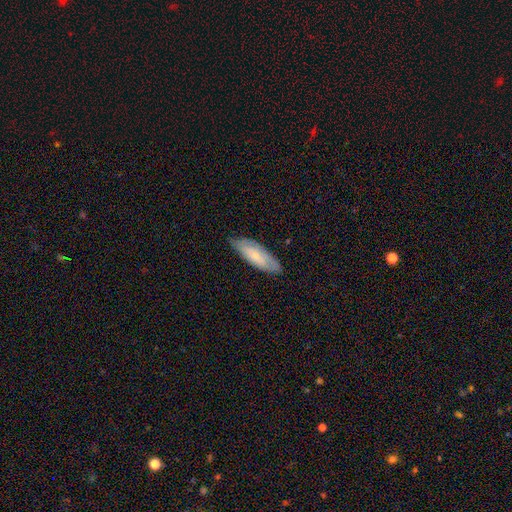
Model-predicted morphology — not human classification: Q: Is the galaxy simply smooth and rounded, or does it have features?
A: smooth — 59%.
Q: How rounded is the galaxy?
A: in between — 62%.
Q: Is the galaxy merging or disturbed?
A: none — 76%.